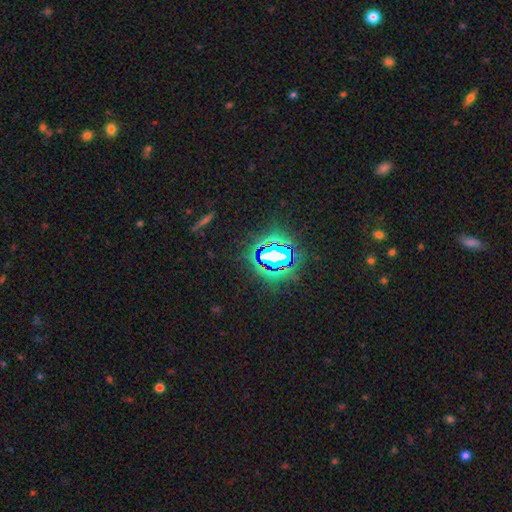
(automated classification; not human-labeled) A star or artifact, not a galaxy (83%).

Vote fractions:
- Smooth or featured? star or artifact: 83% / smooth: 10% / featured or disk: 6%